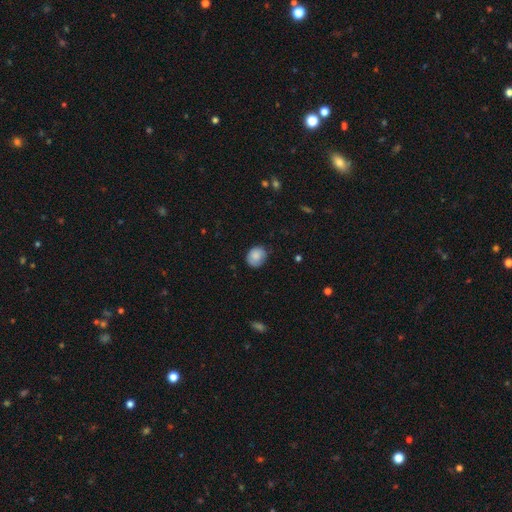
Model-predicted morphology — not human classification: This appears to be a smooth galaxy with no disk features (84%) that is round (59%). Merging: none (74%).